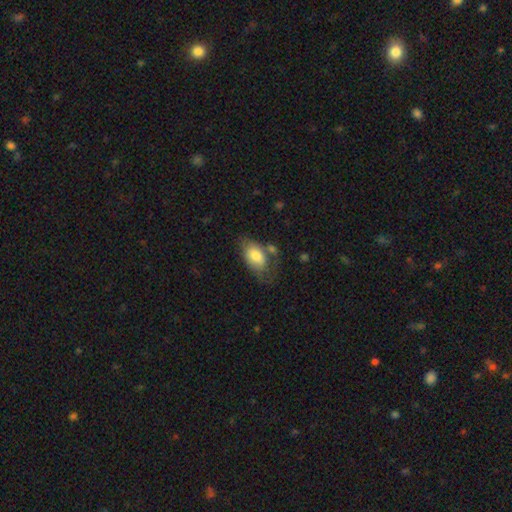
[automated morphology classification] Smooth or featured? smooth (76%)
How rounded? in between (91%)
Merging? none (45%)